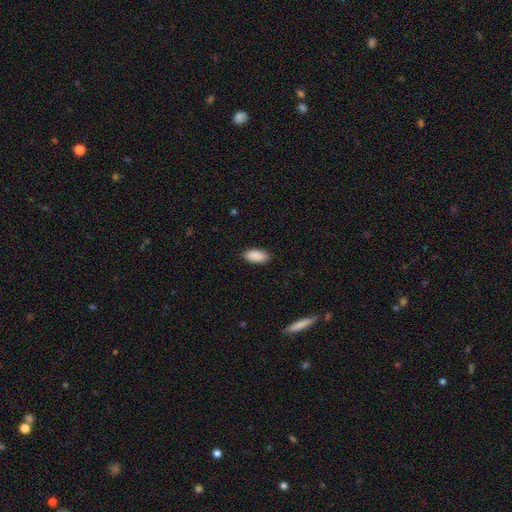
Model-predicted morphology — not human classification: Smooth or featured?
  - smooth: 91% *
  - star or artifact: 6%
  - featured or disk: 3%
How rounded?
  - in between: 92% *
  - cigar-shaped: 6%
  - round: 2%
Merging?
  - none: 88% *
  - minor disturbance: 9%
  - major disturbance: 2%
  - merger: 1%